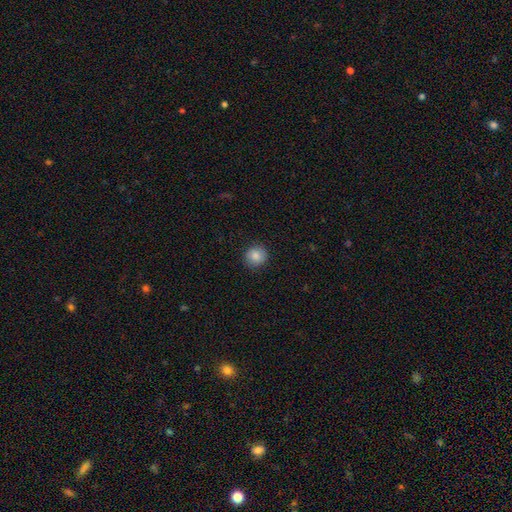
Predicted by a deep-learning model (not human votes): A smooth galaxy with no disk features (85%) that is round (90%). Merging: none (90%).